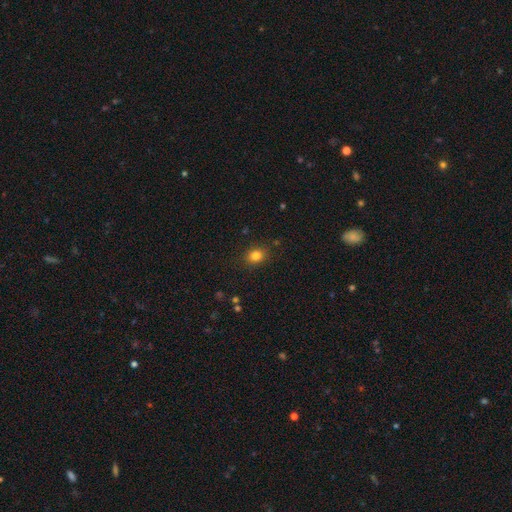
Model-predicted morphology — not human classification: Smooth or featured?
  - smooth: 81% *
  - star or artifact: 12%
  - featured or disk: 6%
How rounded?
  - round: 57% *
  - in between: 42%
  - cigar-shaped: 1%
Merging?
  - none: 87% *
  - minor disturbance: 9%
  - major disturbance: 3%
  - merger: 1%